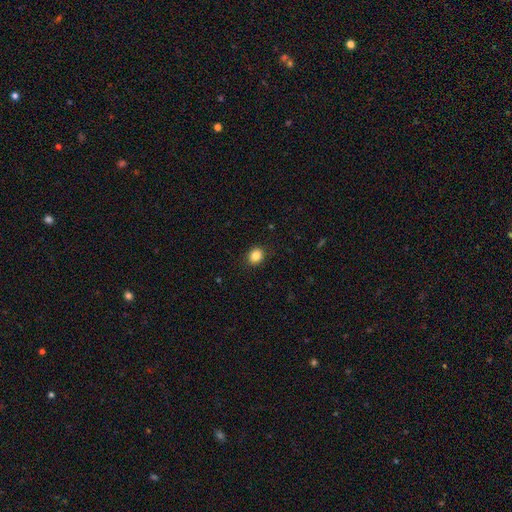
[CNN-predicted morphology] Smooth or featured? smooth (85%)
How rounded? round (65%)
Merging? none (90%)